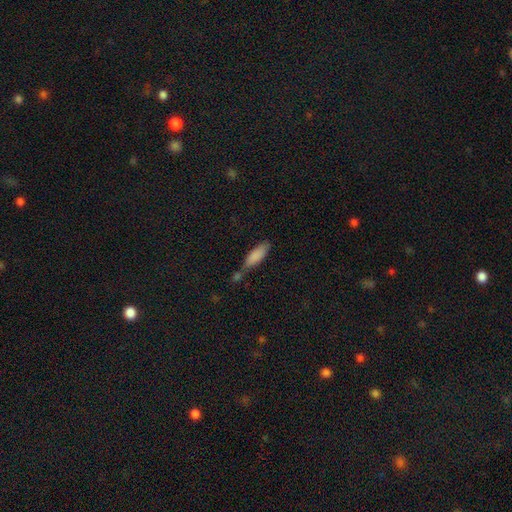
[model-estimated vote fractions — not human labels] Overall: smooth (84%). How rounded: in between (60%; cigar-shaped 38%). Merging: none (43%; merger 27%).